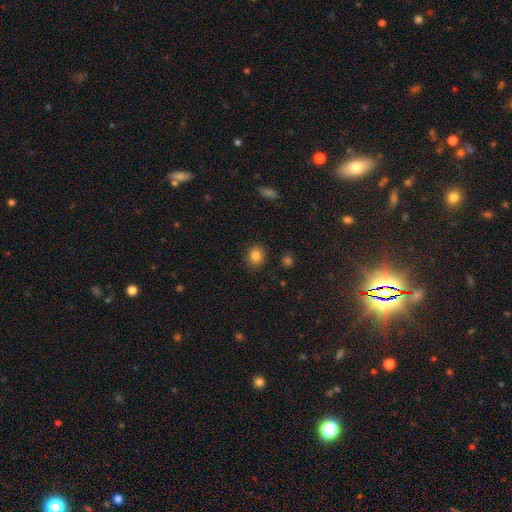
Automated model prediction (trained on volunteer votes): This appears to be a smooth galaxy with no disk features (84%) that is round (75%). Merging: none (88%).